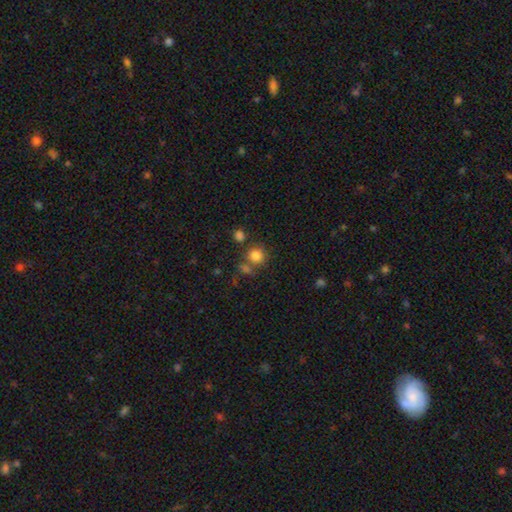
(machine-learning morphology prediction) Smooth or featured? Predicted: smooth (p=0.82). How rounded? Predicted: round (p=0.89). Merging? Predicted: none (p=0.68).